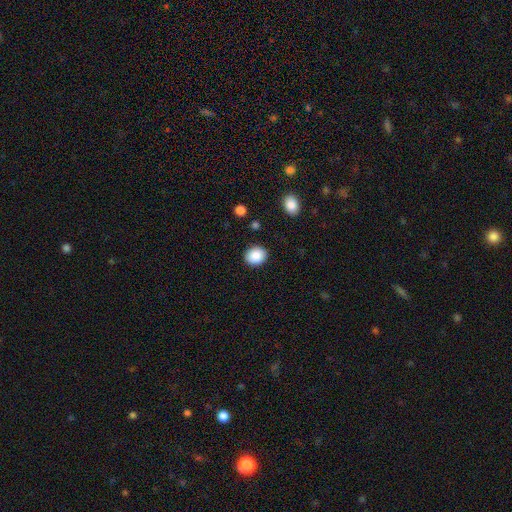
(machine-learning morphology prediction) A smooth galaxy with no disk features (89%) that is round (62%). Merging: none (89%).